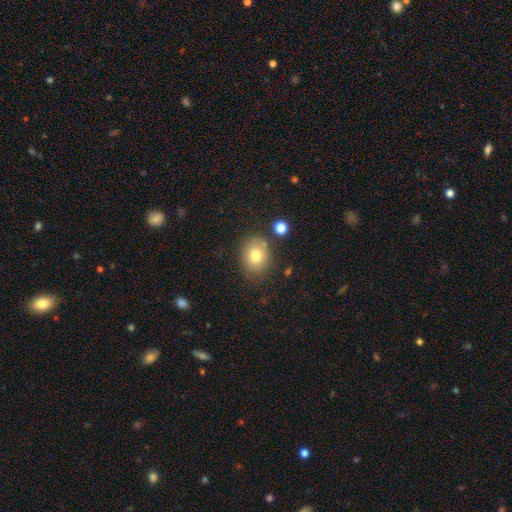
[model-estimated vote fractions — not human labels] Q: Smooth or featured?
A: smooth (77%); runner-up: featured or disk (12%)
Q: How rounded?
A: round (57%); runner-up: in between (42%)
Q: Merging?
A: none (75%); runner-up: minor disturbance (14%)